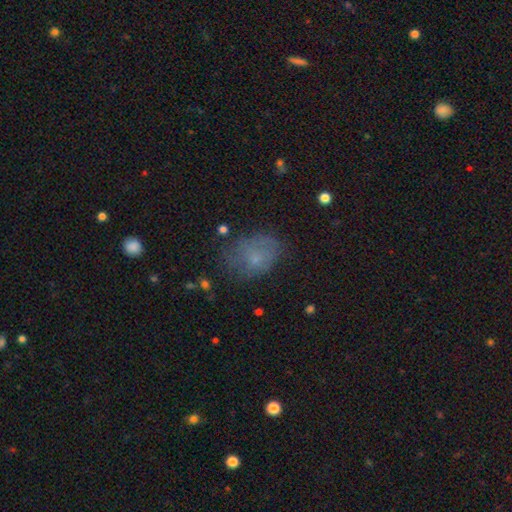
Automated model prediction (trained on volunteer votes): Smooth or featured? Predicted: smooth (p=0.63). How rounded? Predicted: in between (p=0.67). Merging? Predicted: none (p=0.52).